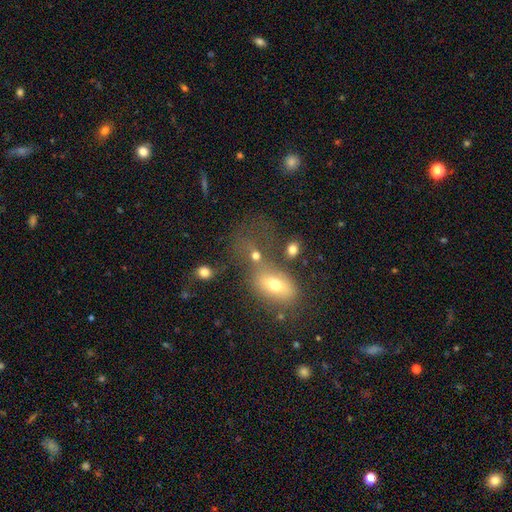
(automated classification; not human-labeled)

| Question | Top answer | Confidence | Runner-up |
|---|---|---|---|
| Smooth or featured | smooth | 66% | featured or disk (18%) |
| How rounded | in between | 55% | round (41%) |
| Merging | merger | 43% | none (30%) |